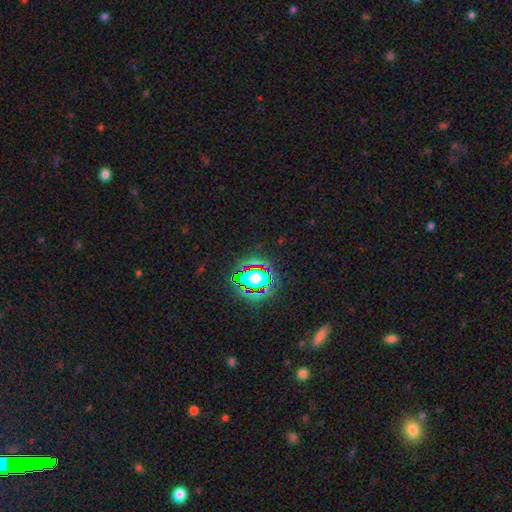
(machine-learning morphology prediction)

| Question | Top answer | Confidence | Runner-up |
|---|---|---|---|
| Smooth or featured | star or artifact | 79% | smooth (13%) |